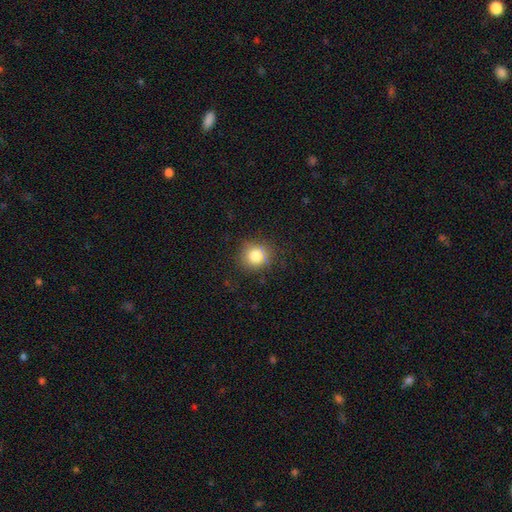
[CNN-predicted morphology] smooth_or_featured: smooth (p=0.82) [alt: star or artifact p=0.11]
how_rounded: round (p=0.90) [alt: in between p=0.09]
merging: none (p=0.84) [alt: minor disturbance p=0.12]